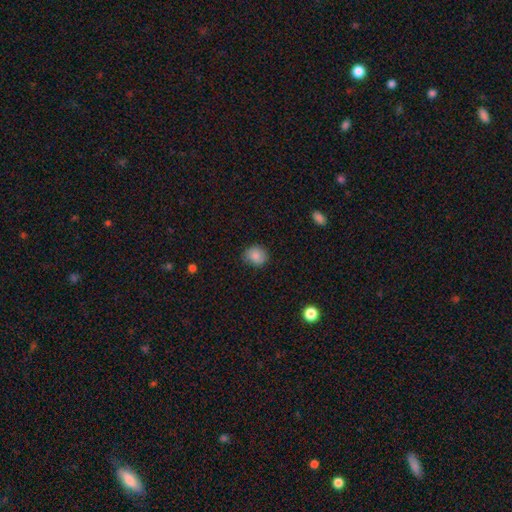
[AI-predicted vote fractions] A smooth galaxy with no disk features (85%) that is round (74%).

Vote fractions:
- Smooth or featured? smooth: 85% / star or artifact: 9% / featured or disk: 6%
- How rounded? round: 74% / in between: 25% / cigar-shaped: 1%
- Merging? none: 74% / minor disturbance: 21% / major disturbance: 4% / merger: 1%